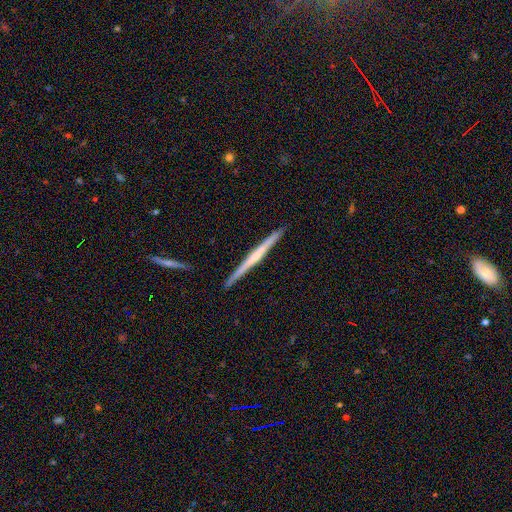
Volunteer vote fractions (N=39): Smooth or featured? 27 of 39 (69%) said featured or disk. Edge-on disk? 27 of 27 (100%) said yes. Edge-on bulge? 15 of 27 (56%) said rounded. Merging? 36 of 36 (100%) said none.